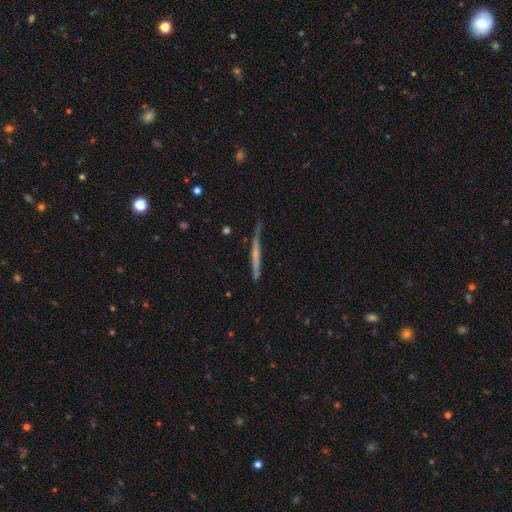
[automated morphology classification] smooth-or-featured: featured or disk: 56% | smooth: 36% | star or artifact: 8%
  disk-edge-on: yes: 95% | no: 5%
    edge-on-bulge: none: 65% | rounded: 27% | boxy: 8%
  merging: none: 72% | minor disturbance: 21% | major disturbance: 5% | merger: 3%